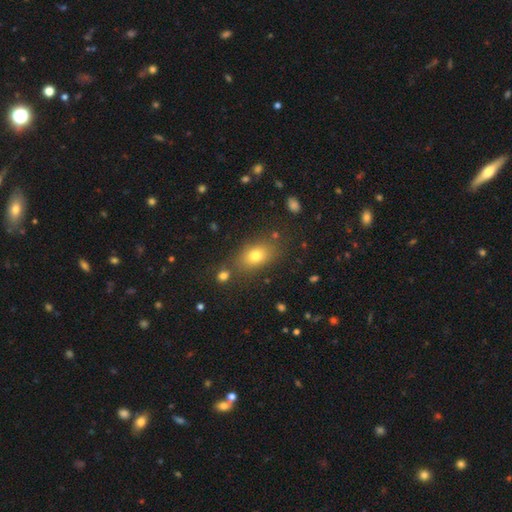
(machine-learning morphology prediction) Overall: smooth (75%). How rounded: in between (77%). Merging: none (74%).